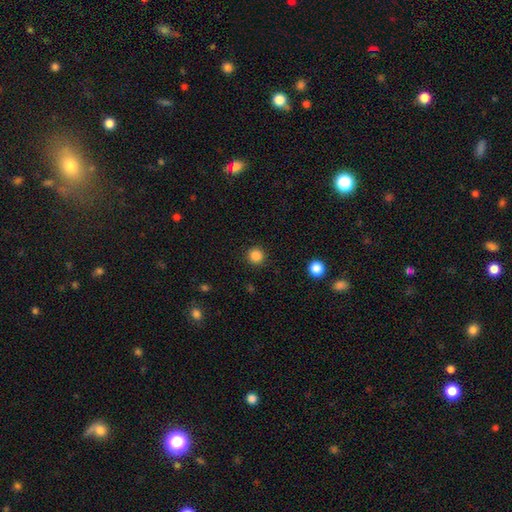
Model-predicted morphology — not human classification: Smooth or featured? Predicted: smooth (p=0.86). How rounded? Predicted: round (p=0.95). Merging? Predicted: none (p=0.92).